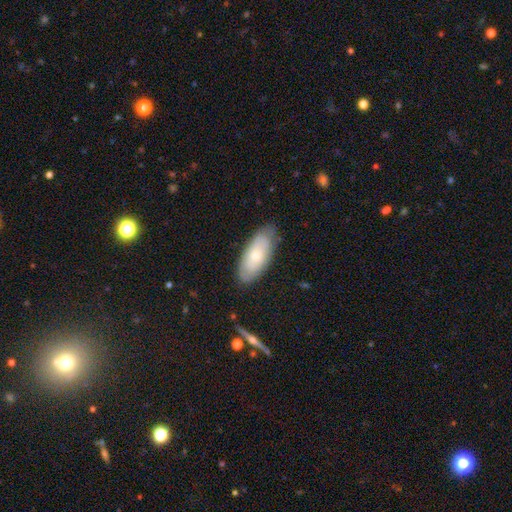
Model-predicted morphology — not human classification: smooth 63%, featured or disk 31%, star or artifact 6%. Down the decision tree: how rounded — in between (86%); merging — none (79%).